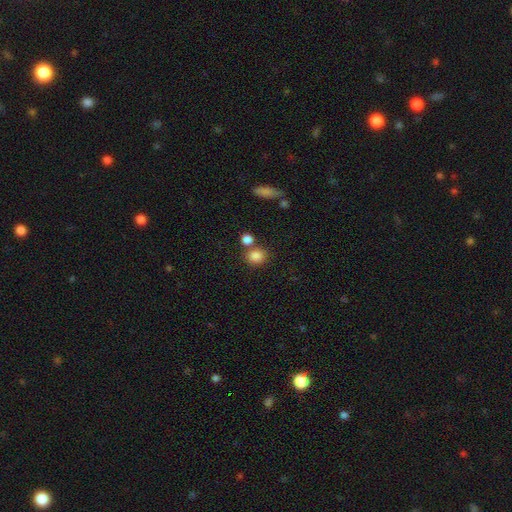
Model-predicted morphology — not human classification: type=smooth (84%); roundness=round (72%); merging=none (64%).